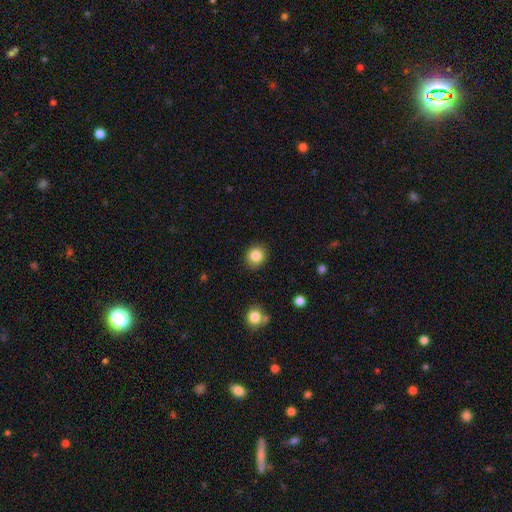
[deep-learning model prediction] Smooth or featured? Predicted: smooth (p=0.85). How rounded? Predicted: round (p=0.84). Merging? Predicted: none (p=0.90).